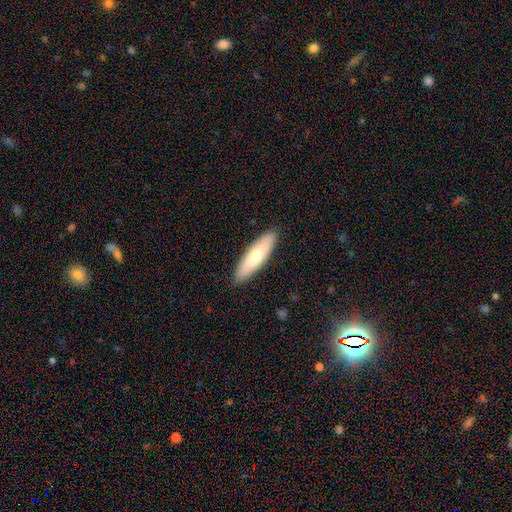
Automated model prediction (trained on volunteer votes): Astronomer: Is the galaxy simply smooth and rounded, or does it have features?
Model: smooth — 67%.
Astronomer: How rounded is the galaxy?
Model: cigar-shaped — 62%.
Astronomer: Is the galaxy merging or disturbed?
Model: none — 90%.